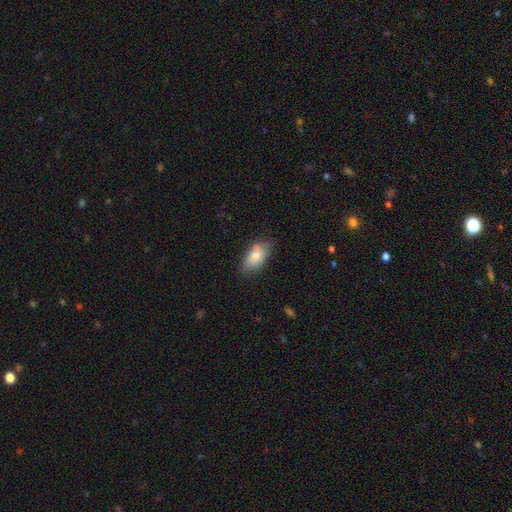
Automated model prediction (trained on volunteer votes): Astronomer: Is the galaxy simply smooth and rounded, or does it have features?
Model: smooth — 81%.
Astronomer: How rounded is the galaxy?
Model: in between — 91%.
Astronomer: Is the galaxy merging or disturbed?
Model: none — 73%.